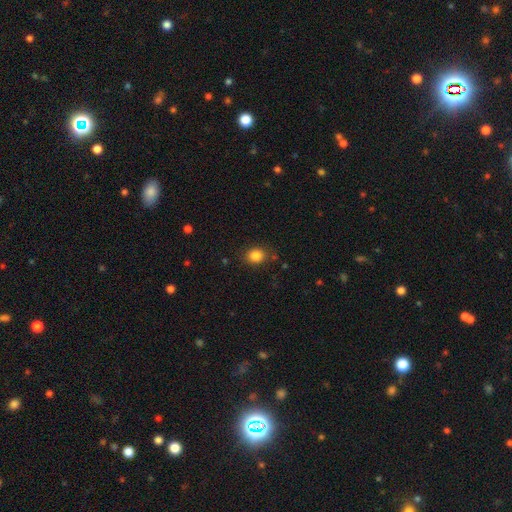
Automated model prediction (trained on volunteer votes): This is clearly a smooth galaxy (84%). How rounded: likely round (68%). Merging: clearly none (83%).